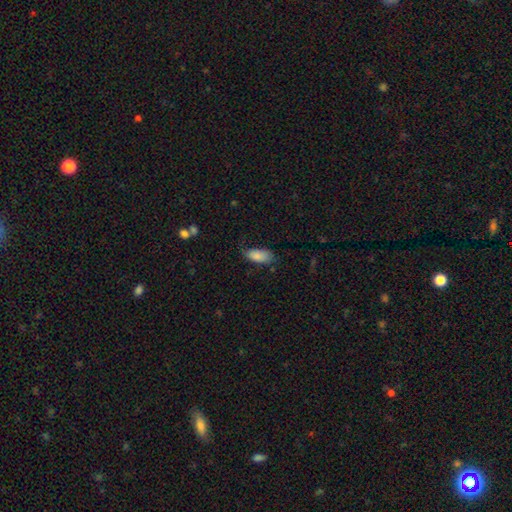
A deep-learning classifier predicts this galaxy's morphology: Smooth or featured: smooth — 85% (featured or disk — 8%)
How rounded: in between — 90% (cigar-shaped — 8%)
Merging: none — 64% (minor disturbance — 28%)